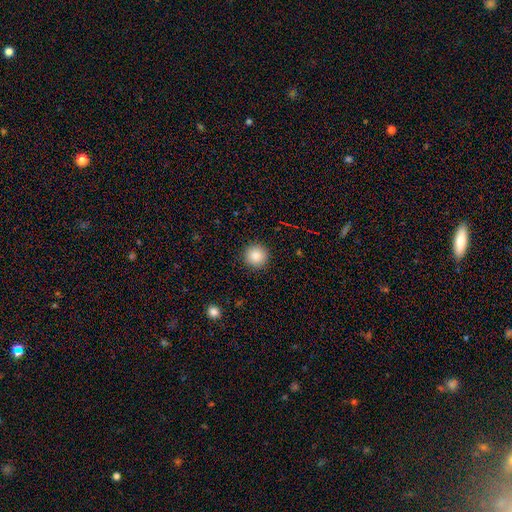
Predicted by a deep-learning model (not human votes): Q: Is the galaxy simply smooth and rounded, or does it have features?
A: smooth — 86%.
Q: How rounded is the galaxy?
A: round — 95%.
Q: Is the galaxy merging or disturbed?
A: none — 92%.